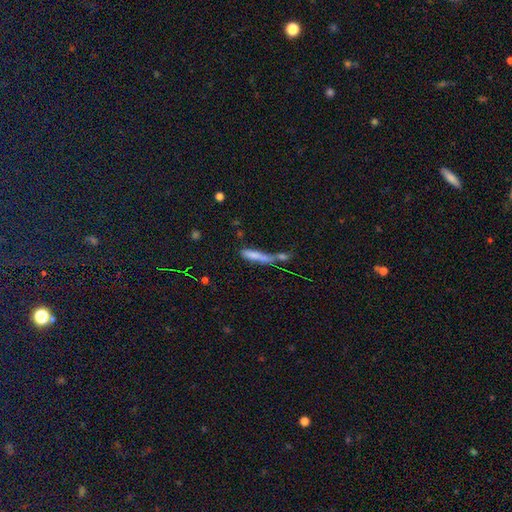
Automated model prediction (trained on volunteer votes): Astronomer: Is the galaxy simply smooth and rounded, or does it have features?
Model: smooth — 70%.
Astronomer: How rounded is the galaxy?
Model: cigar-shaped — 76%.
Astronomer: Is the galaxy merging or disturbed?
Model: merger — 51% (runner-up: none, 27%).